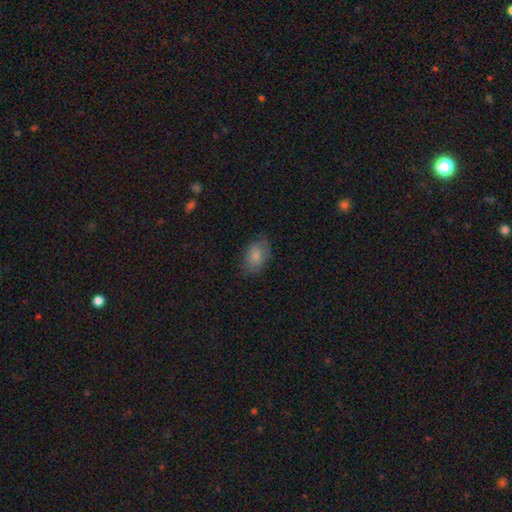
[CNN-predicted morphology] This is likely a smooth galaxy (79%). How rounded: clearly in between (86%). Merging: likely none (75%).